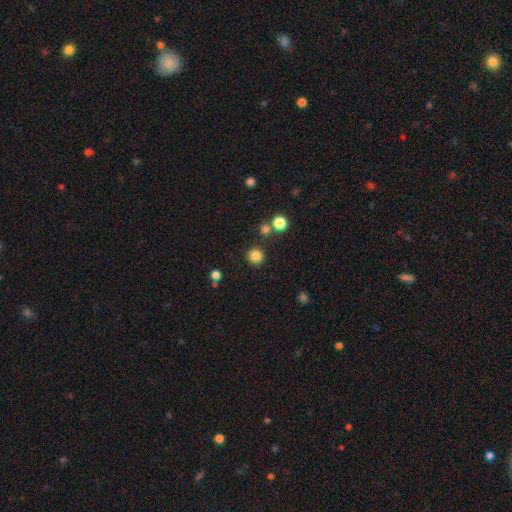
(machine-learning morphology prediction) Smooth or featured: smooth — 83% (star or artifact — 13%)
How rounded: round — 95% (in between — 4%)
Merging: none — 88% (minor disturbance — 6%)